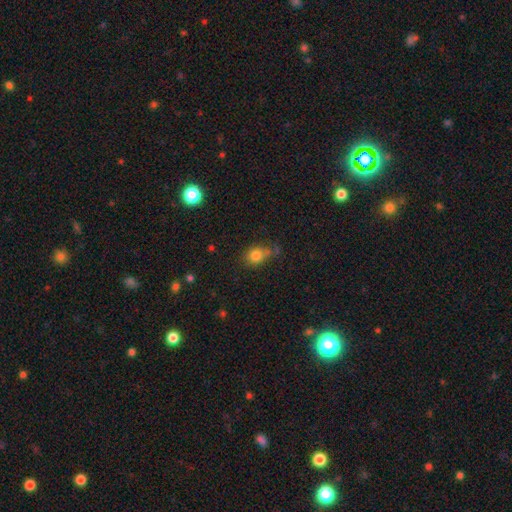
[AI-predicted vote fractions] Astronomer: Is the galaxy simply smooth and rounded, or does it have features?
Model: smooth — 80%.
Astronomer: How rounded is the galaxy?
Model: round — 57% (runner-up: in between, 42%).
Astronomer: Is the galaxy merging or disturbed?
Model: none — 54%.